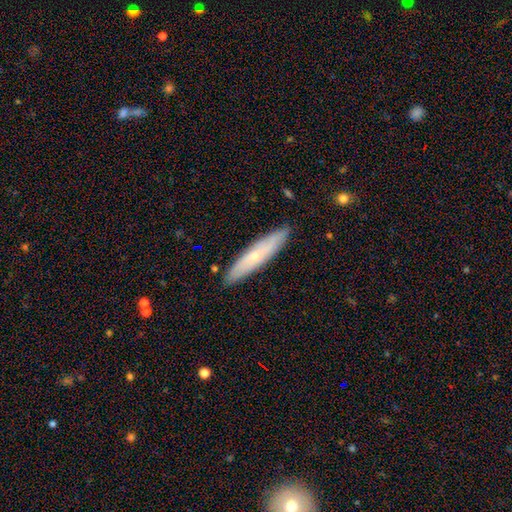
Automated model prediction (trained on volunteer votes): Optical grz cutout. It shows a smooth galaxy with no disk features (51%) that is cigar-shaped (84%). Merging: none (88%).